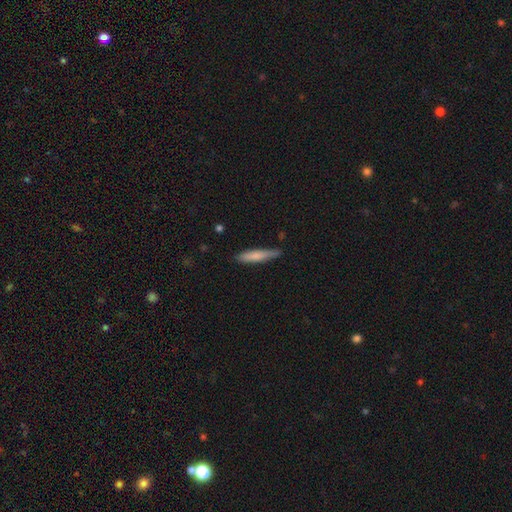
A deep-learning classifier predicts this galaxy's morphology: smooth 75%, featured or disk 19%, star or artifact 6%. Down the decision tree: how rounded — cigar-shaped (87%); merging — none (78%).